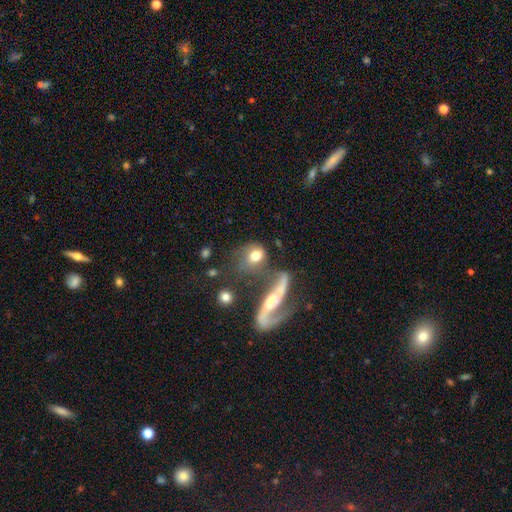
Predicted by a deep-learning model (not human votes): smooth_or_featured: smooth (p=0.64) [alt: featured or disk p=0.27]
how_rounded: round (p=0.56) [alt: in between p=0.39]
merging: none (p=0.36) [tied with: merger p=0.36]